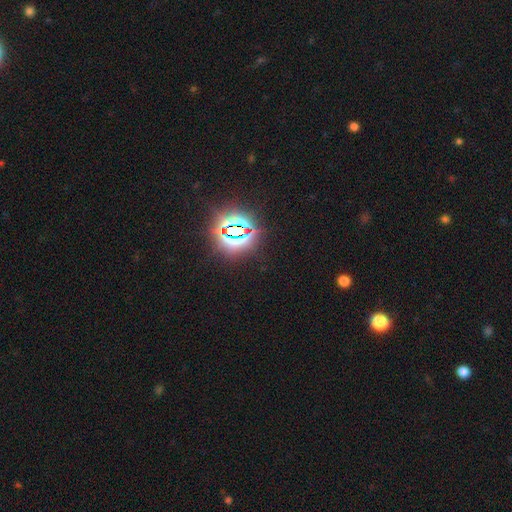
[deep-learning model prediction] This appears to be a star or artifact, not a galaxy (82%).